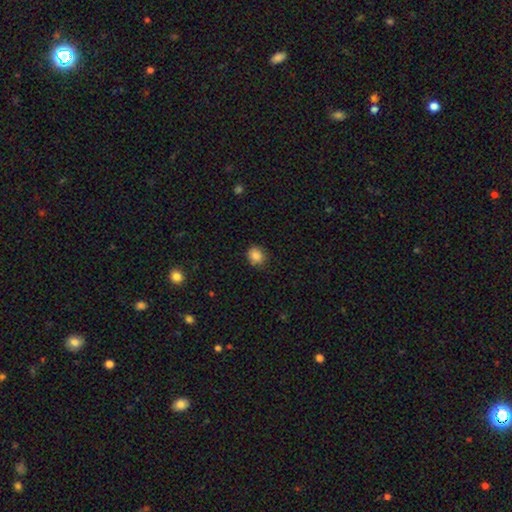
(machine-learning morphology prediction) Smooth or featured?
  - smooth: 85% *
  - star or artifact: 10%
  - featured or disk: 5%
How rounded?
  - round: 69% *
  - in between: 30%
  - cigar-shaped: 1%
Merging?
  - none: 86% *
  - minor disturbance: 11%
  - major disturbance: 2%
  - merger: 1%